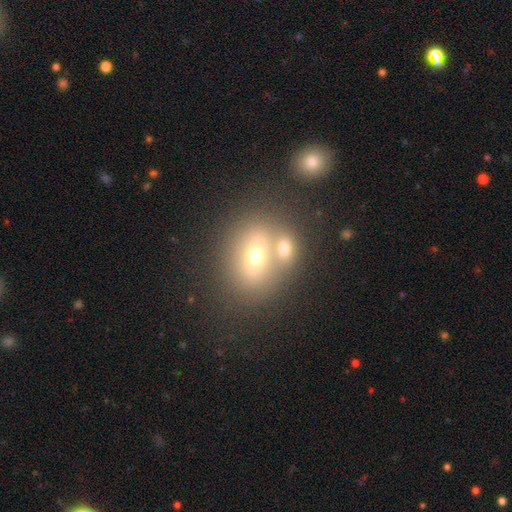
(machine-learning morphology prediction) Smooth or featured?
  - smooth: 61% *
  - featured or disk: 25%
  - star or artifact: 14%
How rounded?
  - round: 51% *
  - in between: 48%
  - cigar-shaped: 2%
Merging?
  - none: 45% *
  - merger: 41%
  - minor disturbance: 9%
  - major disturbance: 4%